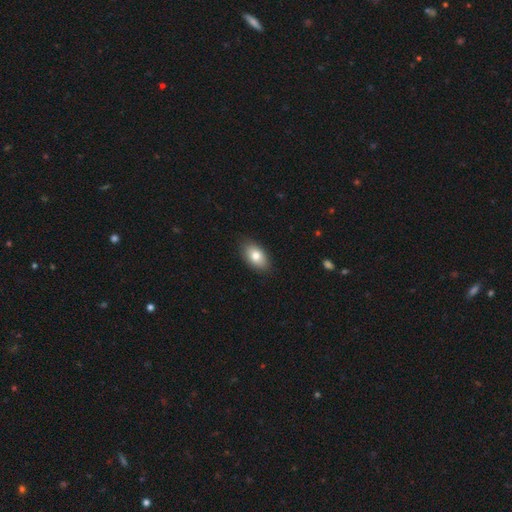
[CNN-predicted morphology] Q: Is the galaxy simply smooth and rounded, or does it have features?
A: smooth — 79%.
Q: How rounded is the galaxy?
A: in between — 92%.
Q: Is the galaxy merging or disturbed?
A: none — 86%.